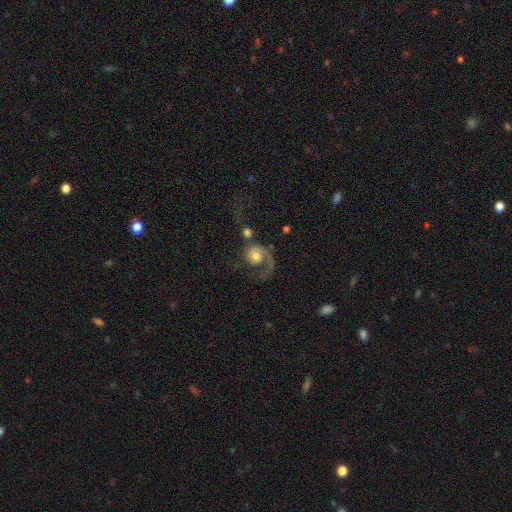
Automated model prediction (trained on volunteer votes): This appears to be a featured or disk galaxy (71%) with no bar (78%), 1 (85%) loose (47%) spiral arms (90%) and a moderate central bulge (56%). Merging: major disturbance (41%).